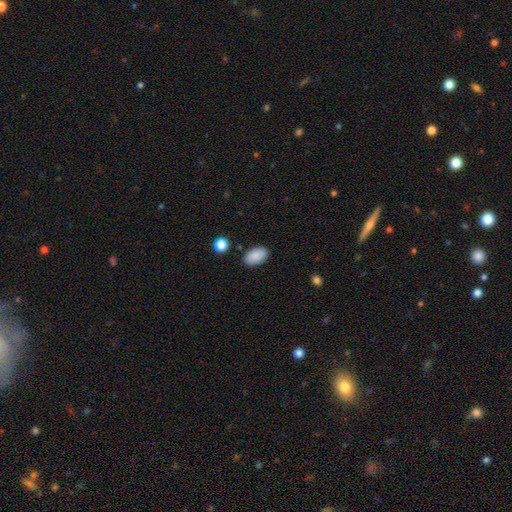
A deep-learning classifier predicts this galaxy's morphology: smooth 89%, star or artifact 7%, featured or disk 4%. Down the decision tree: how rounded — in between (94%); merging — none (87%).